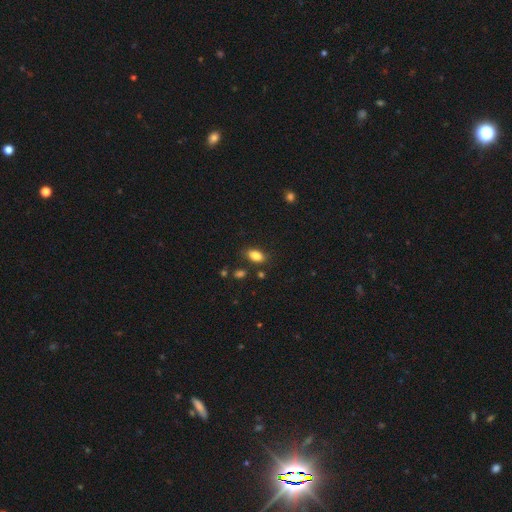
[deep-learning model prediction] Smooth or featured: smooth — 85% (star or artifact — 9%)
How rounded: in between — 90% (round — 6%)
Merging: none — 83% (minor disturbance — 11%)